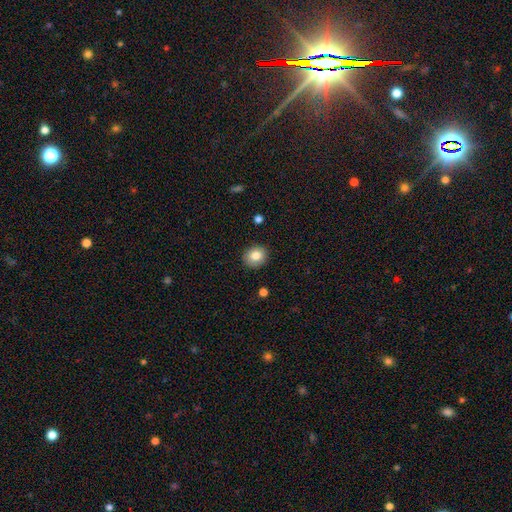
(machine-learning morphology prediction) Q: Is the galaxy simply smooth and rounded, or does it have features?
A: smooth — 82%.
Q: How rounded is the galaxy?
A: round — 71%.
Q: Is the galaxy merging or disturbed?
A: none — 90%.